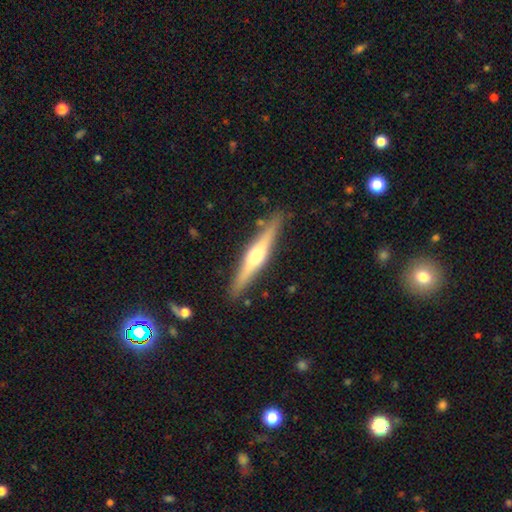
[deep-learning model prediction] A featured or disk galaxy (65%) viewed edge-on (96%) with a rounded central bulge (89%). Merging: none (86%).